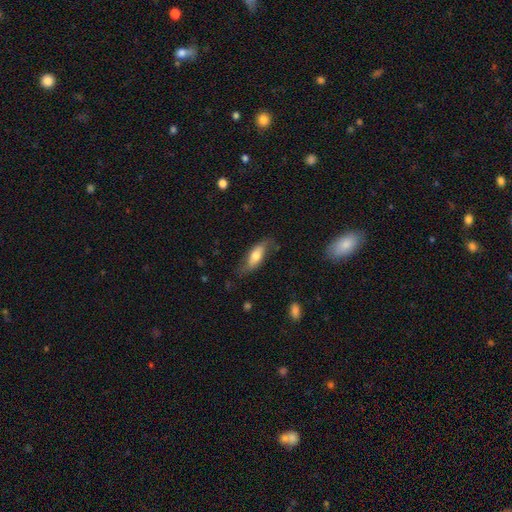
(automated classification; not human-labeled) Smooth or featured? smooth (61%)
How rounded? in between (68%)
Merging? none (64%)